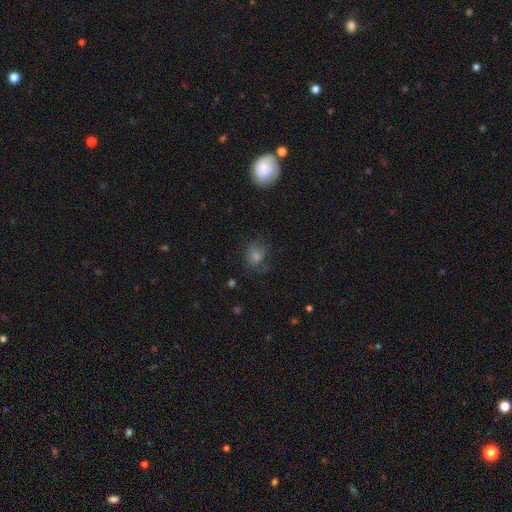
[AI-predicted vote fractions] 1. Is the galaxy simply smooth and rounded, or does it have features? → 52% smooth, 26% featured or disk, 21% star or artifact.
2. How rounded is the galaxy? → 70% round, 29% in between, 1% cigar-shaped.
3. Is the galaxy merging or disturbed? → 66% none, 19% minor disturbance, 12% major disturbance, 2% merger.